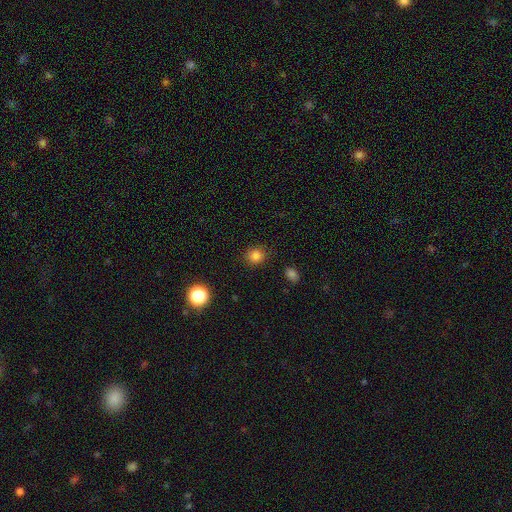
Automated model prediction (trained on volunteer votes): Morphology: type=smooth (83%); roundness=round (84%); merging=none (87%).